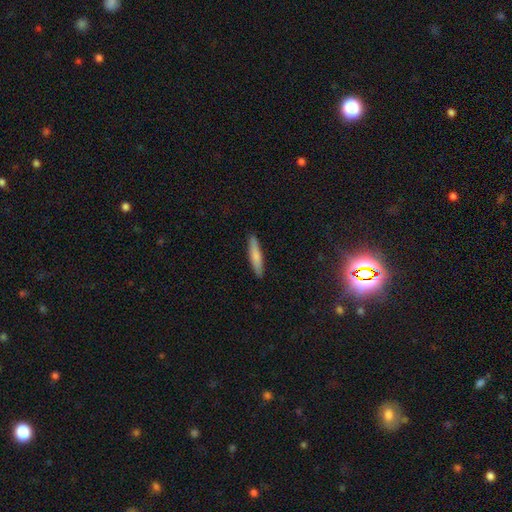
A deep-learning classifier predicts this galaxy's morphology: Smooth or featured? Predicted: smooth (p=0.77). How rounded? Predicted: cigar-shaped (p=0.88). Merging? Predicted: none (p=0.90).